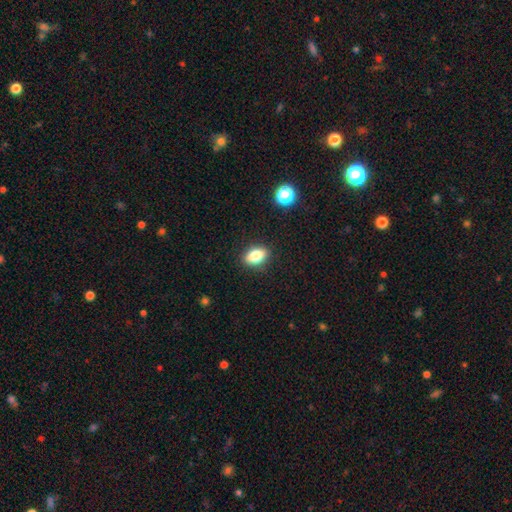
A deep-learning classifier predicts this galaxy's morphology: smooth-or-featured: smooth: 80% | featured or disk: 10% | star or artifact: 10%
  how-rounded: in between: 83% | round: 13% | cigar-shaped: 4%
  merging: none: 88% | minor disturbance: 8% | major disturbance: 2% | merger: 1%